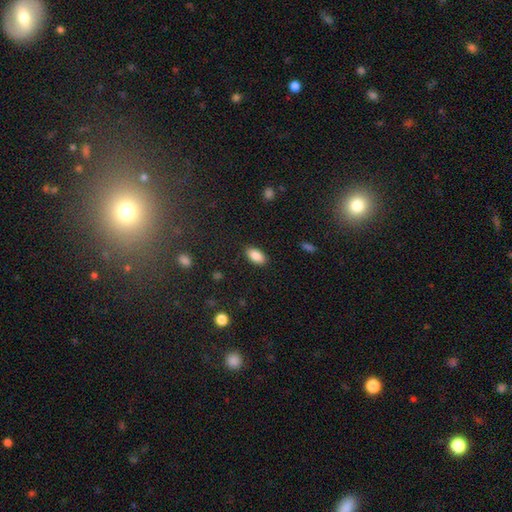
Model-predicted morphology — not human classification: Overall: smooth (87%). How rounded: in between (93%). Merging: none (87%).